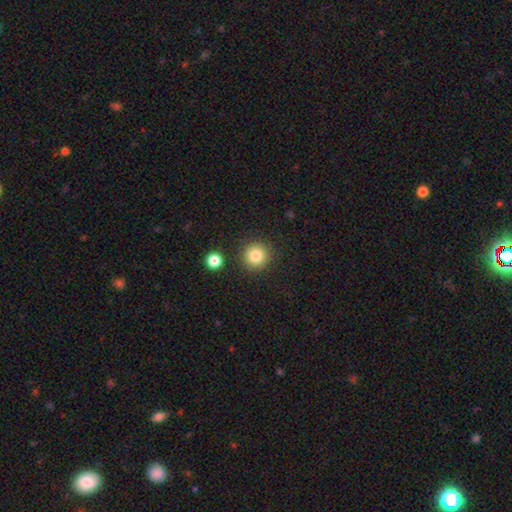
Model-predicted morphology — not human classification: type=smooth (84%); roundness=round (93%); merging=none (86%).